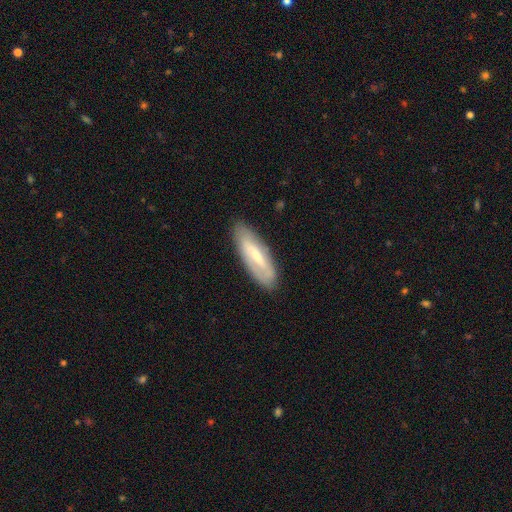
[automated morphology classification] Smooth or featured? Predicted: smooth (p=0.49). Merging? Predicted: none (p=0.82).